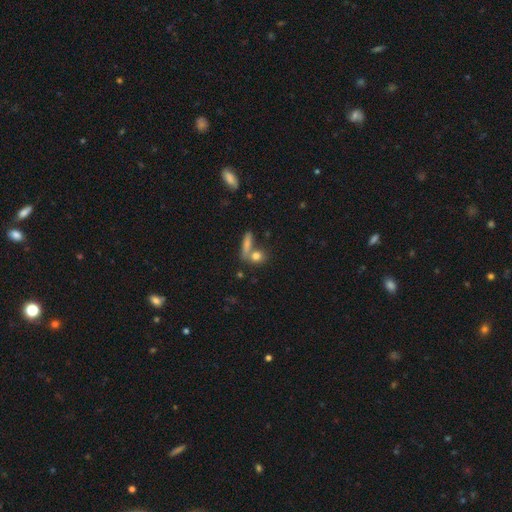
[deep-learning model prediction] A smooth galaxy with no disk features (73%) that is round (51%). Merging: none (54%).